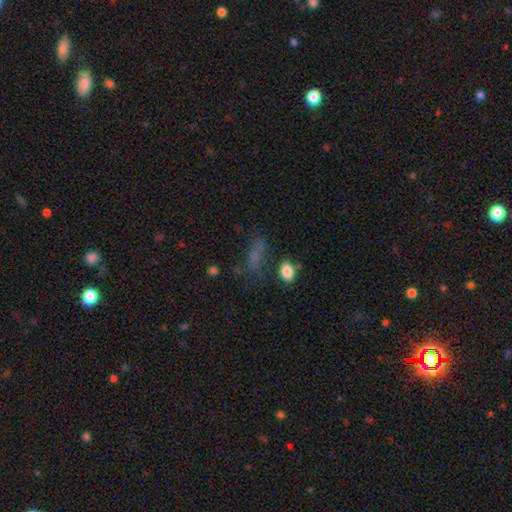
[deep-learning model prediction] A smooth galaxy with no disk features (59%) that is in between round and cigar-shaped (62%). Merging: none (52%).